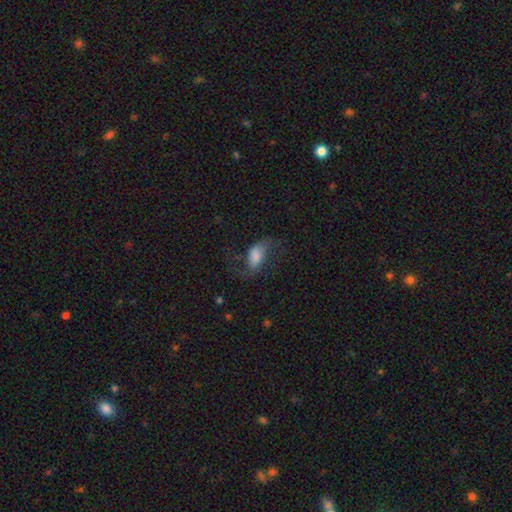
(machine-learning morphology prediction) Smooth or featured? Predicted: featured or disk (p=0.50). Edge-on disk? Predicted: no (p=0.93). Merging? Predicted: none (p=0.53).